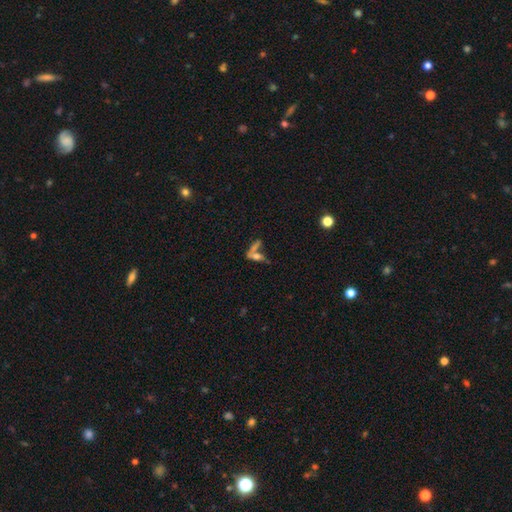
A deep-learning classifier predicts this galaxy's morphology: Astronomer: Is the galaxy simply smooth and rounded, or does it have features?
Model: smooth — 36% (runner-up: star or artifact, 33%).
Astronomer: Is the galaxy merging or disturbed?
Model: none — 40% (runner-up: merger, 33%).